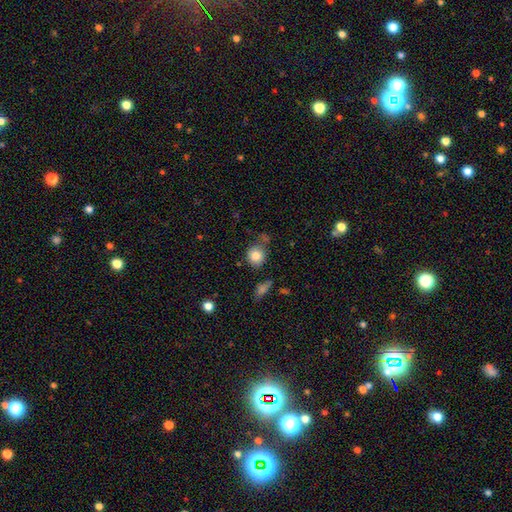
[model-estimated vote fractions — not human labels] A smooth galaxy with no disk features (83%) that is round (79%). Merging: none (66%).